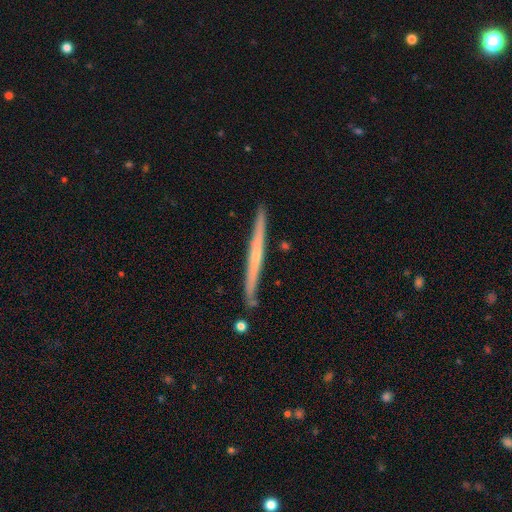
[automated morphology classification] featured or disk 60%, smooth 34%, star or artifact 6%. Down the decision tree: edge-on disk — yes (97%); edge-on bulge — none (71%); merging — none (88%).